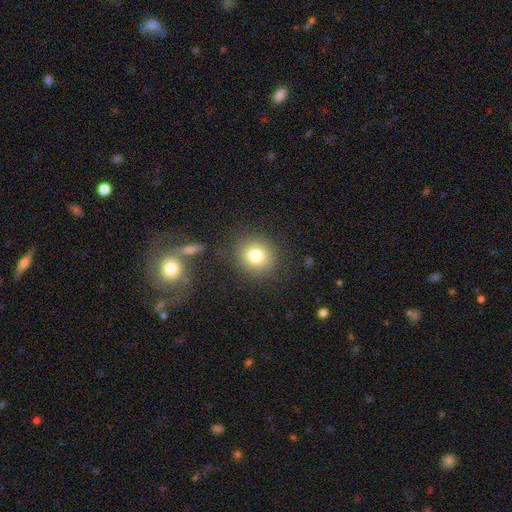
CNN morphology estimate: smooth_or_featured: smooth (p=0.78) [alt: star or artifact p=0.12]
how_rounded: round (p=0.83) [alt: in between p=0.16]
merging: none (p=0.84) [alt: minor disturbance p=0.09]